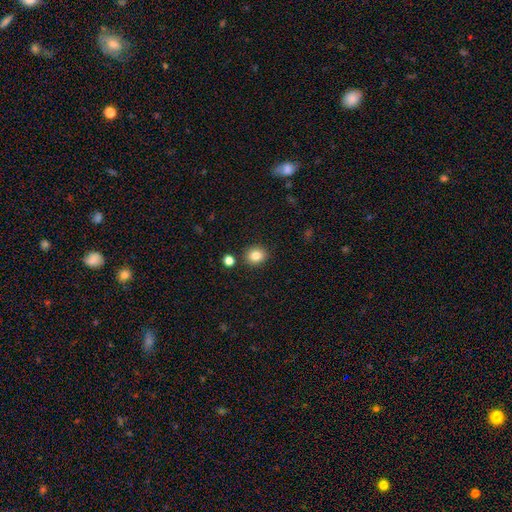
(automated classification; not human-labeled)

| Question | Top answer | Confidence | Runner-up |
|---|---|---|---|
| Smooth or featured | smooth | 83% | star or artifact (11%) |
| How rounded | round | 78% | in between (21%) |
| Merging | none | 88% | minor disturbance (7%) |